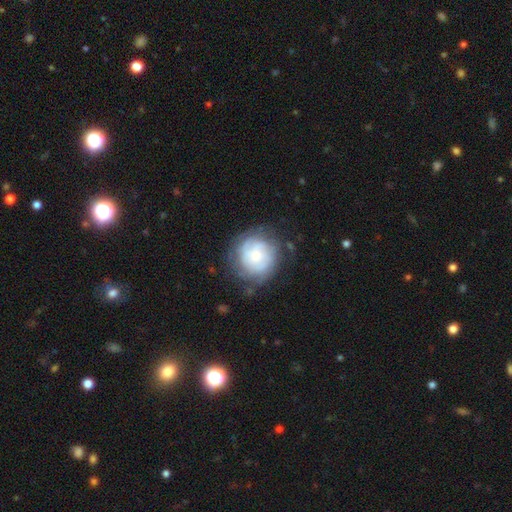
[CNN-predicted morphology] The model was most divided on "smooth or featured": featured or disk: 53%, smooth: 39%, star or artifact: 8%. More confident: edge-on disk — no (98%); bar — no (78%); spiral arms — yes (73%); merging — none (68%); bulge size — small (52%).